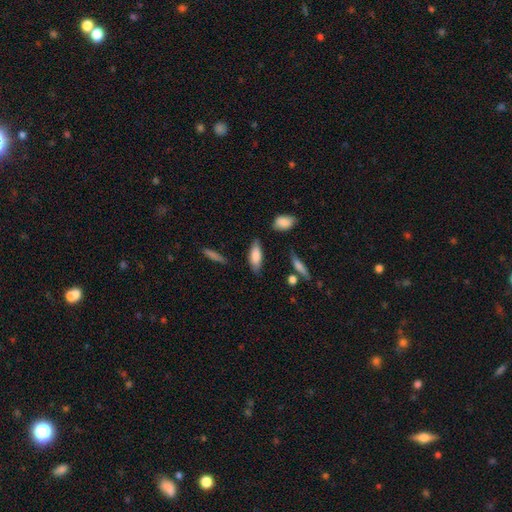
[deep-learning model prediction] The model was most divided on "how rounded": in between: 67%, cigar-shaped: 31%, round: 2%. More confident: smooth or featured — smooth (78%); merging — none (73%).